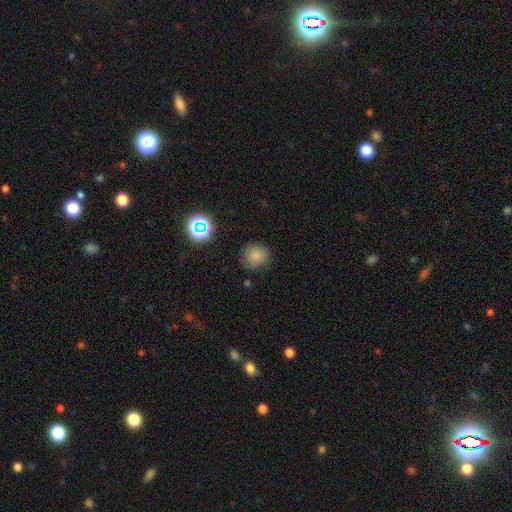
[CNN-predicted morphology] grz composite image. It shows a smooth galaxy with no disk features (79%) that is round (88%). Merging: none (82%).